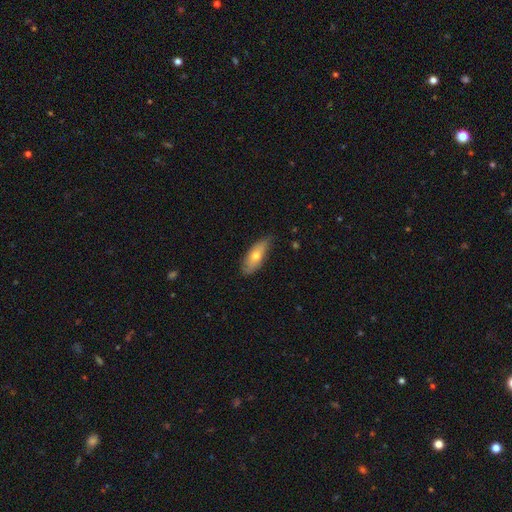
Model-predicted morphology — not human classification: smooth 66%, featured or disk 27%, star or artifact 6%. Down the decision tree: how rounded — in between (77%); merging — none (73%).